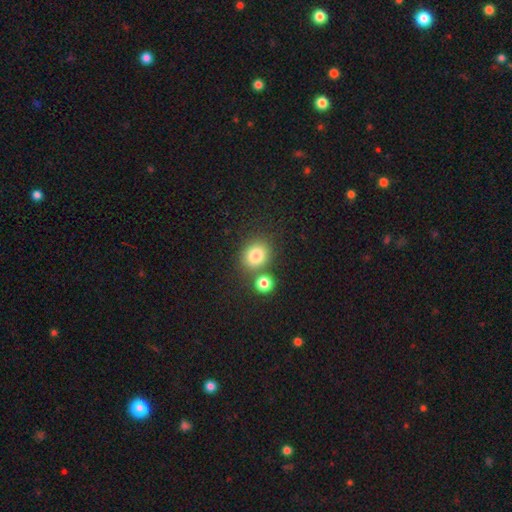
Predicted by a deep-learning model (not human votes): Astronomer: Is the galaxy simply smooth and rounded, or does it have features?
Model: smooth — 80%.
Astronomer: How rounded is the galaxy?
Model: round — 71%.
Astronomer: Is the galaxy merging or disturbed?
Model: none — 67%.